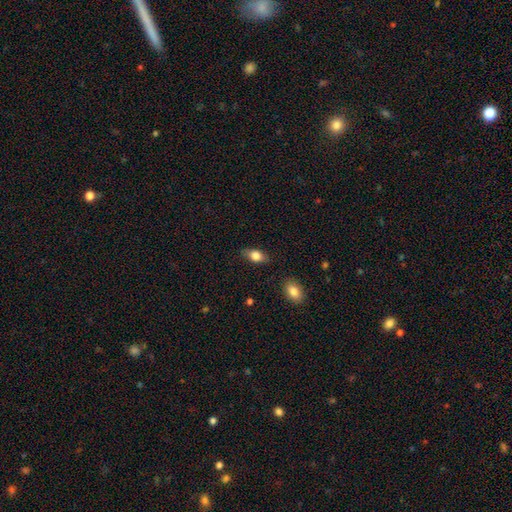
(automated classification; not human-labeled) The model was most divided on "smooth or featured": smooth: 78%, featured or disk: 14%, star or artifact: 8%. More confident: how rounded — in between (86%); merging — none (83%).